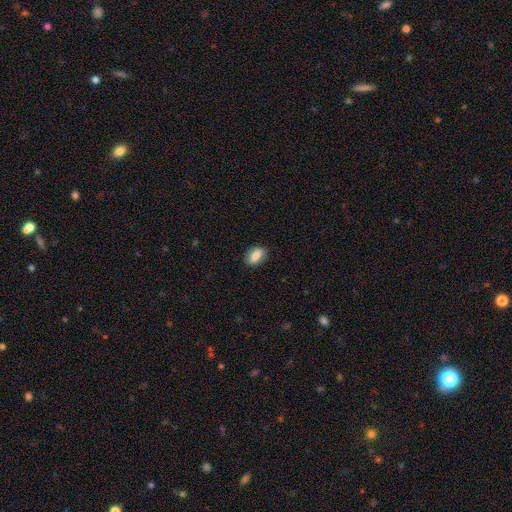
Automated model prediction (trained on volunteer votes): smooth_or_featured: smooth (p=0.74) [alt: featured or disk p=0.18]
how_rounded: in between (p=0.78) [alt: cigar-shaped p=0.11]
merging: none (p=0.86) [alt: minor disturbance p=0.10]